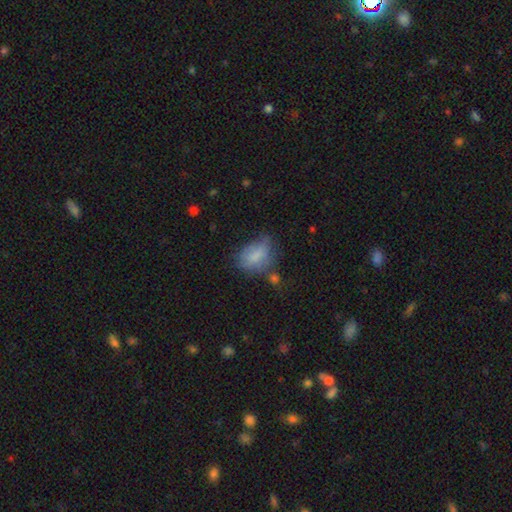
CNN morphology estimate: Q: Smooth or featured?
A: smooth (74%); runner-up: featured or disk (16%)
Q: How rounded?
A: in between (83%); runner-up: round (15%)
Q: Merging?
A: none (42%); runner-up: minor disturbance (36%)